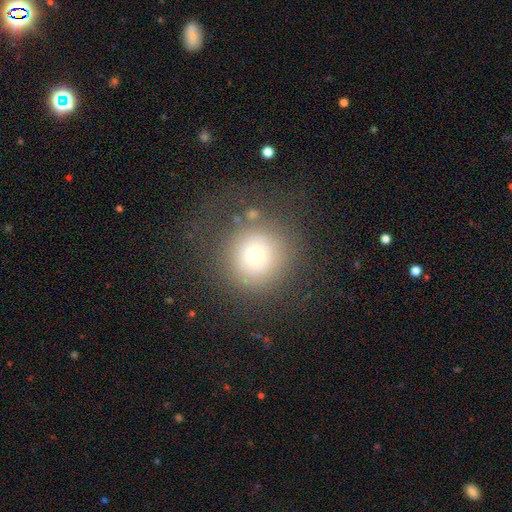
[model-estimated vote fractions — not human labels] This appears to be a smooth galaxy with no disk features (68%) that is round (95%). Merging: none (72%).